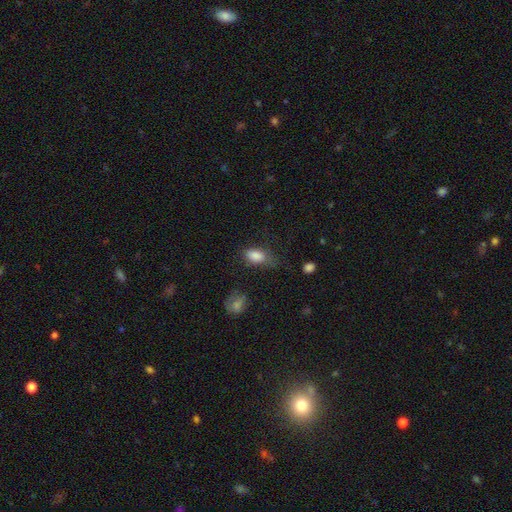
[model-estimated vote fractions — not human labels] A smooth galaxy with no disk features (85%) that is in between round and cigar-shaped (89%). Merging: none (50%).